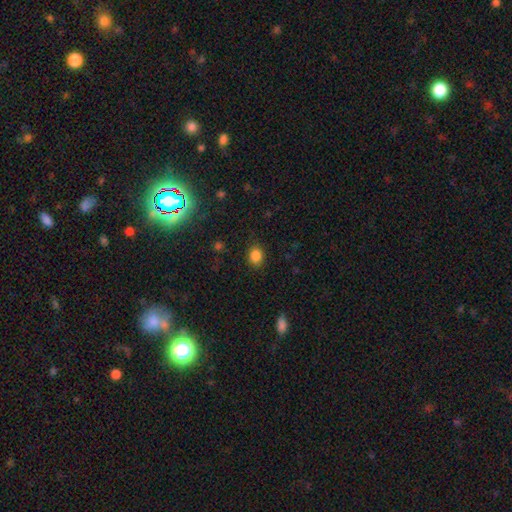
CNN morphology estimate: The model was most divided on "how rounded": round: 51%, in between: 48%, cigar-shaped: 1%. More confident: merging — none (85%); smooth or featured — smooth (84%).